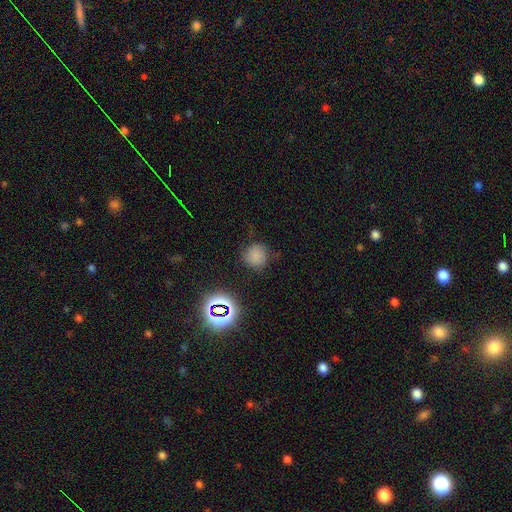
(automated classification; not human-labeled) A smooth galaxy with no disk features (72%) that is round (89%). Merging: none (77%).